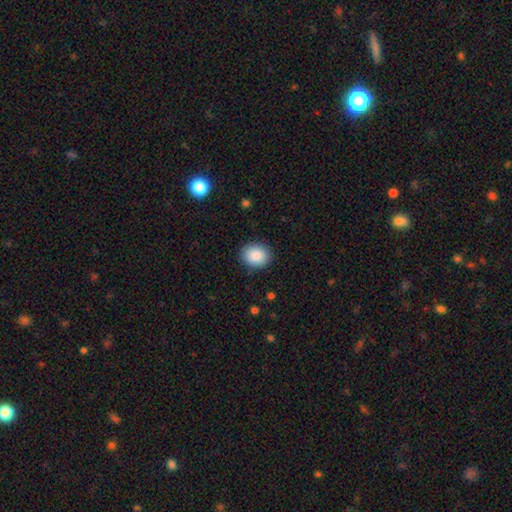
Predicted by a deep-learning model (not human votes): Smooth or featured? Predicted: smooth (p=0.88). How rounded? Predicted: round (p=0.61). Merging? Predicted: none (p=0.89).